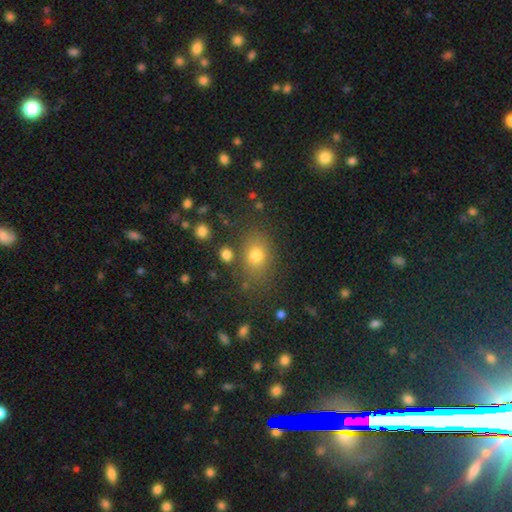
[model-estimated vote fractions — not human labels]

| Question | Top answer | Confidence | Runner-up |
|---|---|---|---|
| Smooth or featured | smooth | 75% | star or artifact (15%) |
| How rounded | in between | 62% | round (36%) |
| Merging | none | 73% | minor disturbance (14%) |